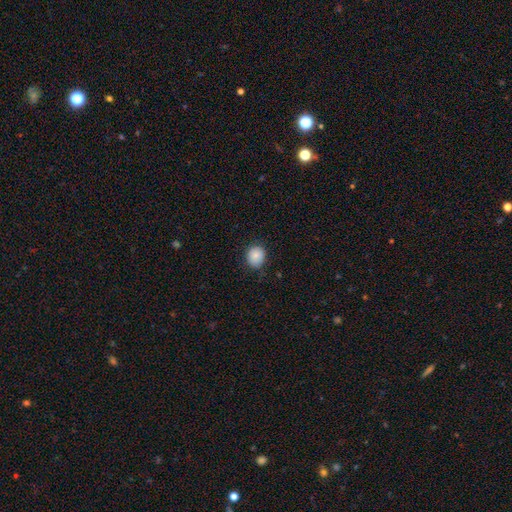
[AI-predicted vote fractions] The model was most divided on "how rounded": round: 69%, in between: 30%, cigar-shaped: 1%. More confident: smooth or featured — smooth (86%); merging — none (78%).